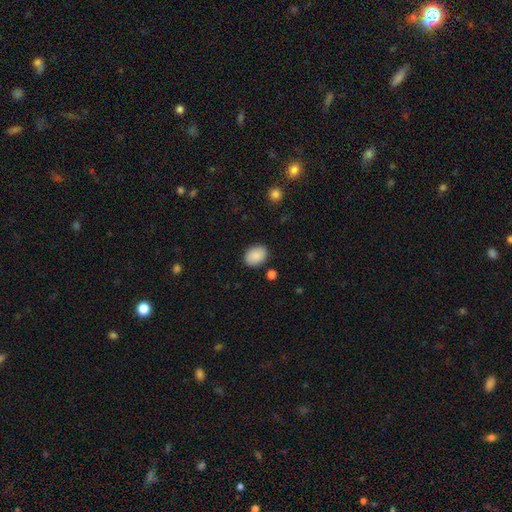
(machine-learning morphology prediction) This is clearly a smooth galaxy (89%). How rounded: likely in between (71%). Merging: clearly none (86%).